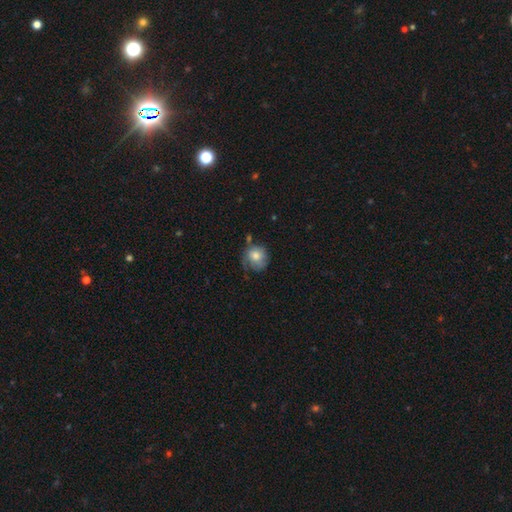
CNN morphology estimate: smooth-or-featured: smooth: 67% | featured or disk: 26% | star or artifact: 8%
  how-rounded: round: 83% | in between: 16% | cigar-shaped: 1%
  merging: none: 54% | minor disturbance: 28% | major disturbance: 12% | merger: 5%